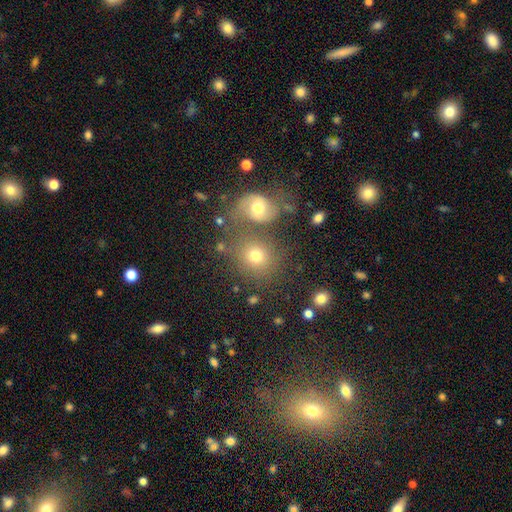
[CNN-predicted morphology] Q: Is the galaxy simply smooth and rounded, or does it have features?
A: smooth — 67%.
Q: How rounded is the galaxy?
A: round — 79%.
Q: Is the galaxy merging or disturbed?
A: none — 58%.